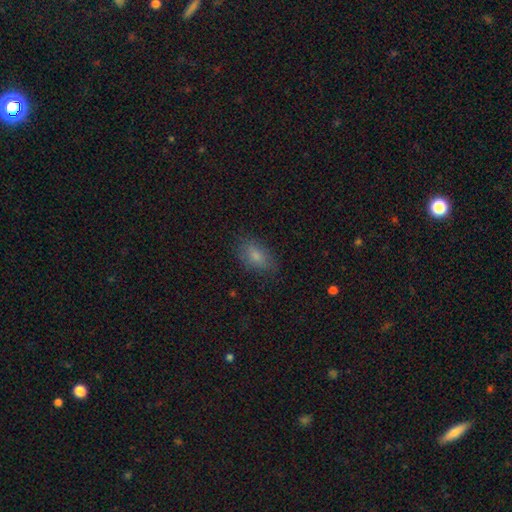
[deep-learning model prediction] Smooth or featured? smooth (80%)
How rounded? in between (87%)
Merging? none (77%)